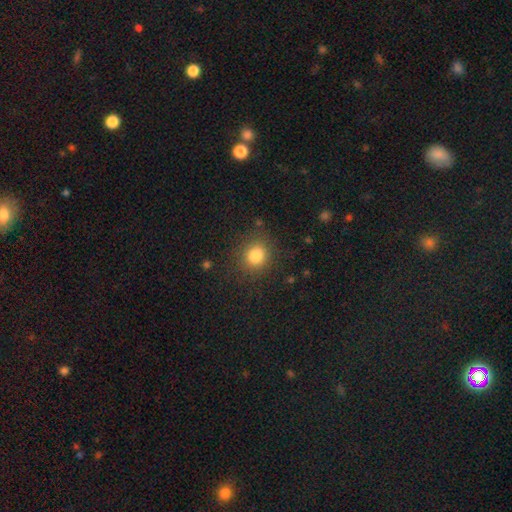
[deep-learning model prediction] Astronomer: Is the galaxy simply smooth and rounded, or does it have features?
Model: smooth — 81%.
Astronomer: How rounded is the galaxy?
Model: round — 82%.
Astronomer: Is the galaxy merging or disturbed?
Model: none — 85%.